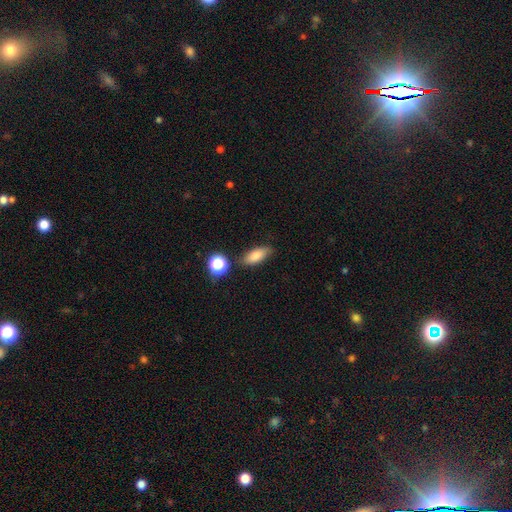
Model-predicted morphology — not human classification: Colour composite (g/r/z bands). It shows a smooth galaxy with no disk features (81%) that is in between round and cigar-shaped (80%). Merging: none (76%).